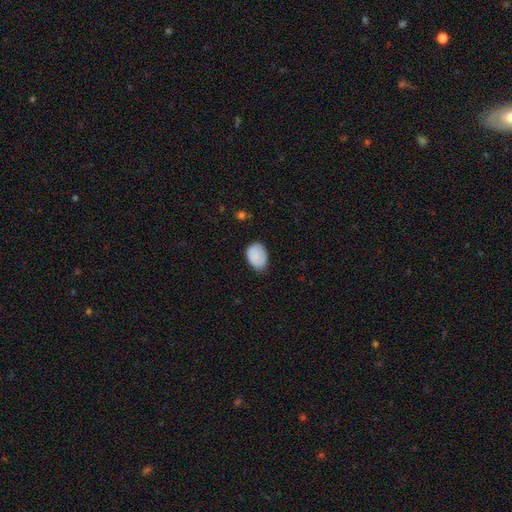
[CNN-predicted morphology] The model was most divided on "merging": none: 68%, minor disturbance: 26%, major disturbance: 4%, merger: 1%. More confident: smooth or featured — smooth (84%); how rounded — in between (76%).